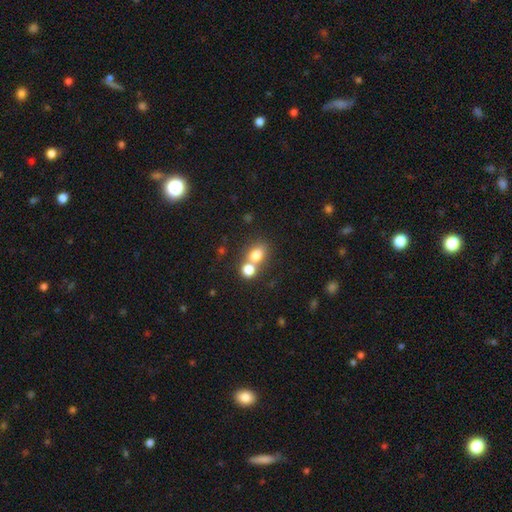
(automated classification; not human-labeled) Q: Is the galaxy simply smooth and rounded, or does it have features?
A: smooth — 77%.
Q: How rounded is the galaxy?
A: round — 50%.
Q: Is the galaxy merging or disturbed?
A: merger — 49%.